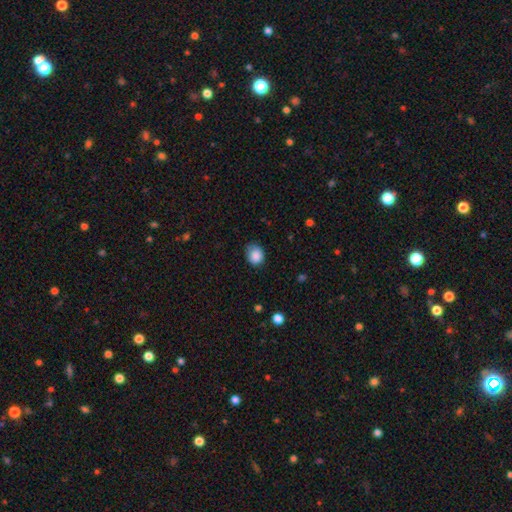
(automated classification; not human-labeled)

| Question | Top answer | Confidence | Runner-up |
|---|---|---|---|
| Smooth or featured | smooth | 87% | star or artifact (9%) |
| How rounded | round | 65% | in between (34%) |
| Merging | none | 66% | minor disturbance (27%) |